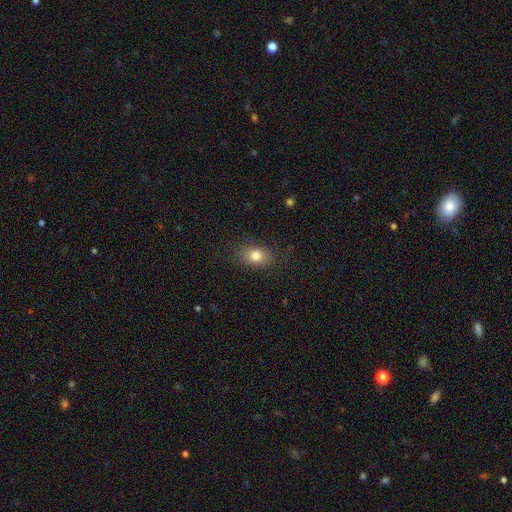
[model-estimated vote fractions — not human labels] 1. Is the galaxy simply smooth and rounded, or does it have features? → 80% smooth, 11% star or artifact, 9% featured or disk.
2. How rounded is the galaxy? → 67% in between, 32% round, 1% cigar-shaped.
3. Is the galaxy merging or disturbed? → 83% none, 12% minor disturbance, 4% major disturbance, 1% merger.